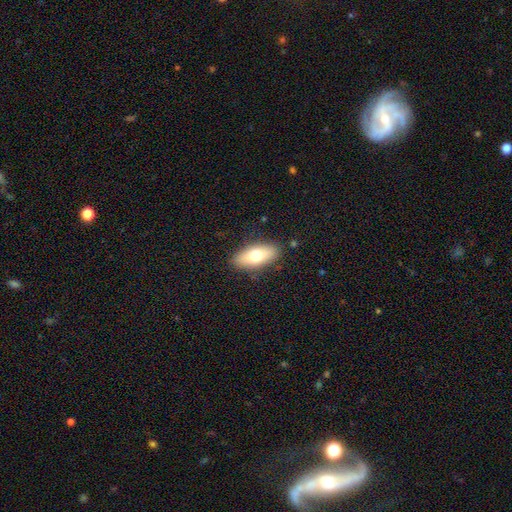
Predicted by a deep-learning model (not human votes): Smooth or featured?
  - smooth: 69% *
  - featured or disk: 24%
  - star or artifact: 7%
How rounded?
  - in between: 81% *
  - cigar-shaped: 15%
  - round: 4%
Merging?
  - none: 86% *
  - minor disturbance: 10%
  - major disturbance: 3%
  - merger: 1%